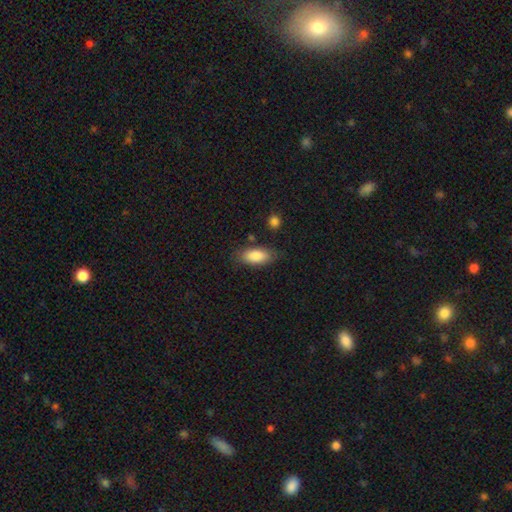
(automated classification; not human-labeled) The model was most divided on "merging": none: 77%, minor disturbance: 16%, major disturbance: 4%, merger: 3%. More confident: how rounded — in between (89%); smooth or featured — smooth (86%).